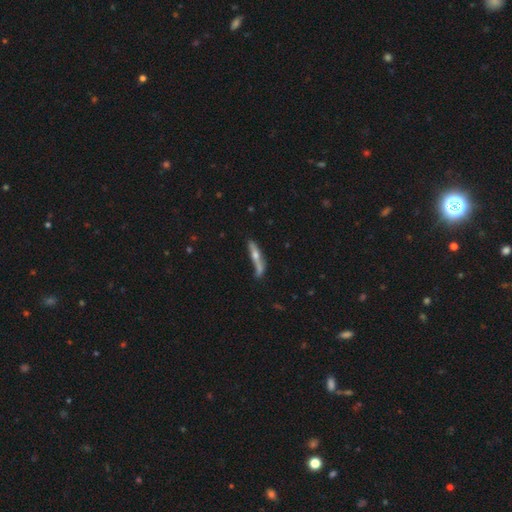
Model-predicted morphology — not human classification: Smooth or featured? Predicted: featured or disk (p=0.54). Edge-on disk? Predicted: yes (p=0.86). Merging? Predicted: none (p=0.55).